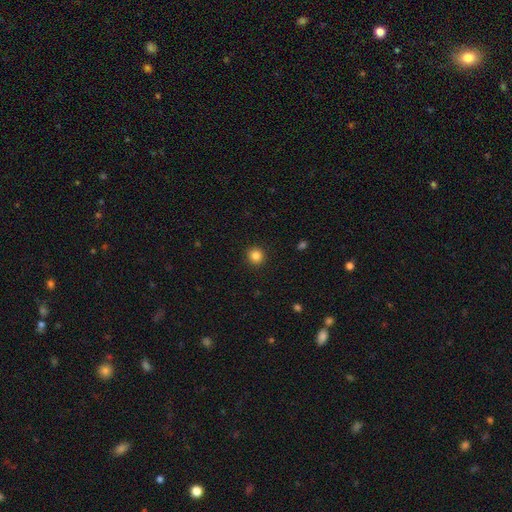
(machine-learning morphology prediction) A smooth galaxy with no disk features (85%) that is round (94%).

Vote fractions:
- Smooth or featured? smooth: 85% / star or artifact: 11% / featured or disk: 4%
- How rounded? round: 94% / in between: 5% / cigar-shaped: 1%
- Merging? none: 92% / minor disturbance: 5% / major disturbance: 2% / merger: 1%